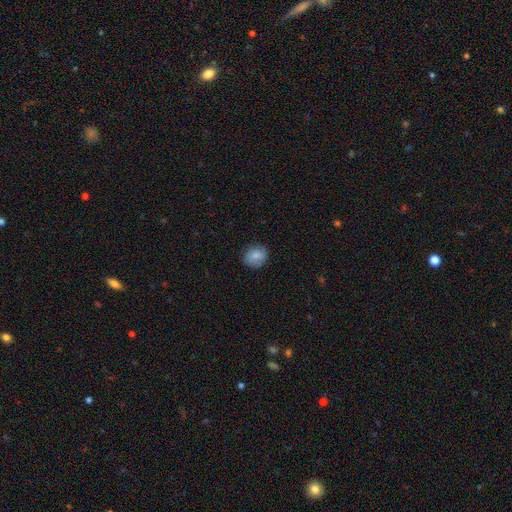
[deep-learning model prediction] This appears to be a smooth galaxy with no disk features (83%) that is round (70%). Merging: none (83%).